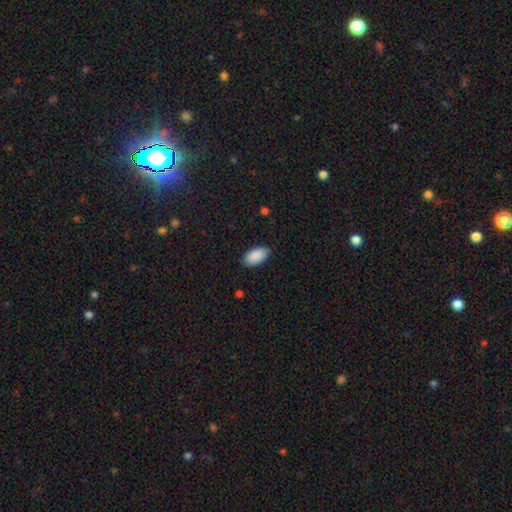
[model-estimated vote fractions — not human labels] The model was most divided on "merging": none: 86%, minor disturbance: 11%, major disturbance: 2%, merger: 1%. More confident: how rounded — in between (95%); smooth or featured — smooth (90%).